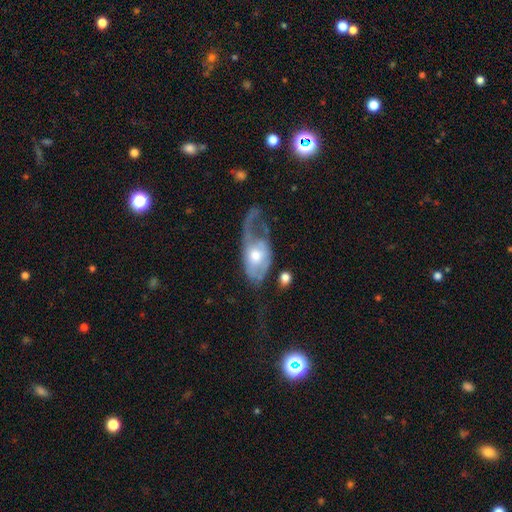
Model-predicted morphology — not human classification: smooth_or_featured: featured or disk (p=0.61) [alt: smooth p=0.32]
disk_edge_on: no (p=0.91) [alt: yes p=0.09]
bar: no (p=0.74) [alt: weak p=0.22]
has_spiral_arms: yes (p=0.61) [alt: no p=0.39]
bulge_size: moderate (p=0.63) [alt: small p=0.20]
merging: major disturbance (p=0.55) [alt: none p=0.21]